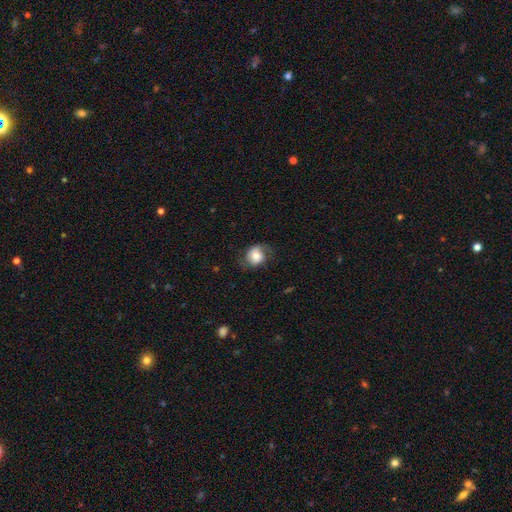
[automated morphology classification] The model was most divided on "smooth or featured": smooth: 56%, featured or disk: 36%, star or artifact: 8%. More confident: merging — none (62%); how rounded — round (62%).